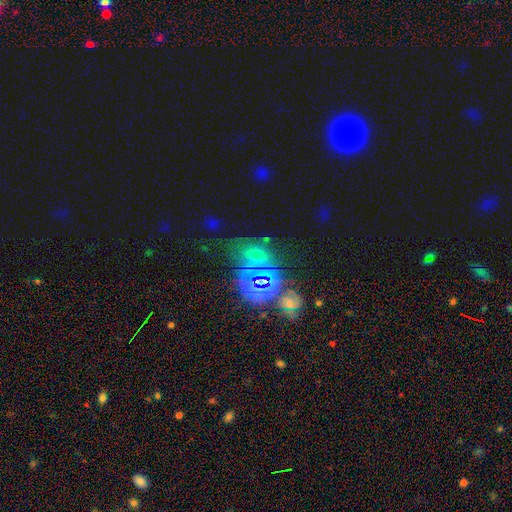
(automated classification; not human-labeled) A star or artifact, not a galaxy (72%).

Vote fractions:
- Smooth or featured? star or artifact: 72% / smooth: 18% / featured or disk: 10%